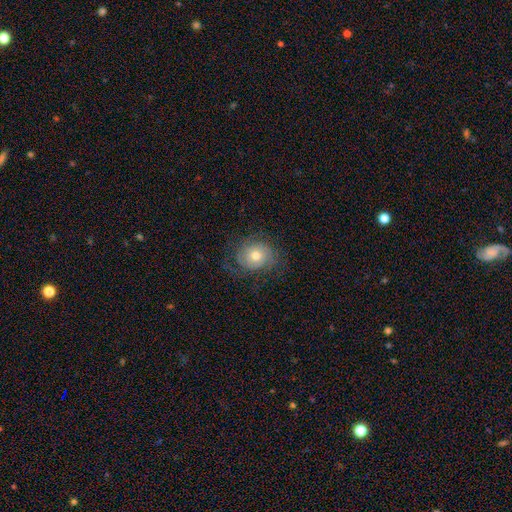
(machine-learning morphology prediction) This is possibly a featured or disk galaxy (53%). It is clearly not viewed edge-on (97%). Bar: clearly no (83%). Spiral arm pattern: clearly yes (81%). Central bulge: likely moderate (67%). Merging: likely none (67%).